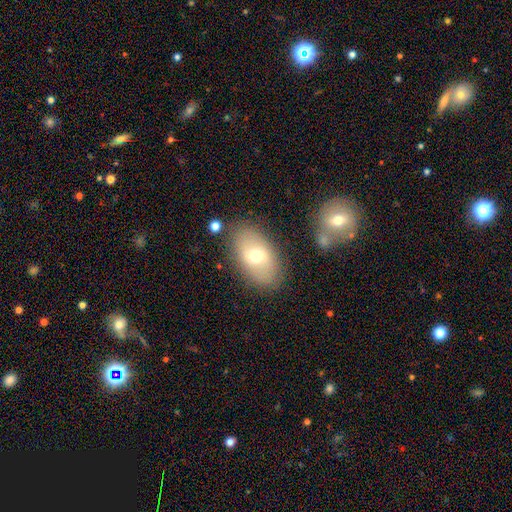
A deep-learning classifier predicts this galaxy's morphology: smooth_or_featured: smooth (p=0.60) [alt: featured or disk p=0.32]
how_rounded: in between (p=0.91) [alt: round p=0.07]
merging: none (p=0.81) [alt: minor disturbance p=0.11]